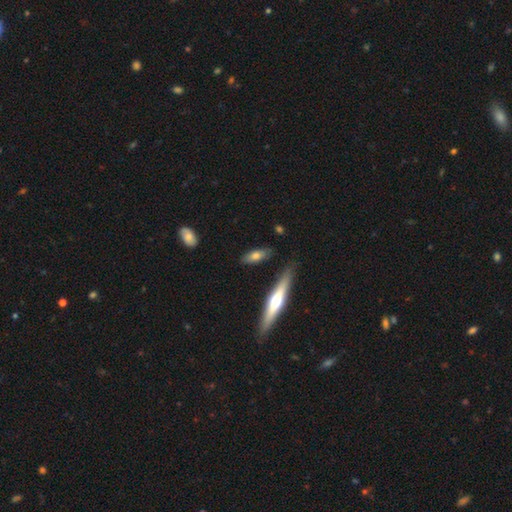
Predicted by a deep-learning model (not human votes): The model was most divided on "how rounded": in between: 56%, cigar-shaped: 41%, round: 3%. More confident: merging — none (79%); smooth or featured — smooth (66%).